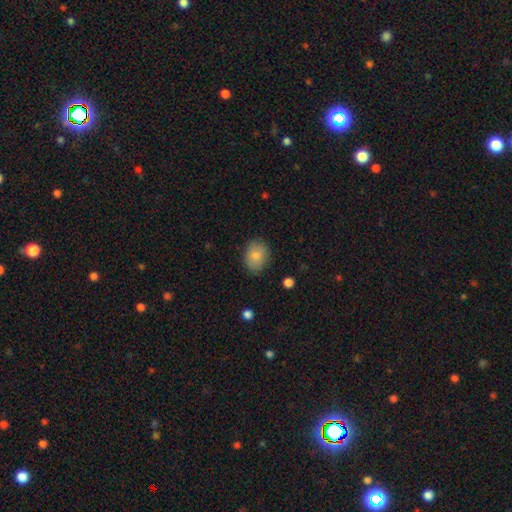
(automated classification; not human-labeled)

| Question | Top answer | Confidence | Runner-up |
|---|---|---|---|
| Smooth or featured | smooth | 85% | featured or disk (8%) |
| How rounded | in between | 63% | round (36%) |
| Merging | none | 83% | minor disturbance (12%) |